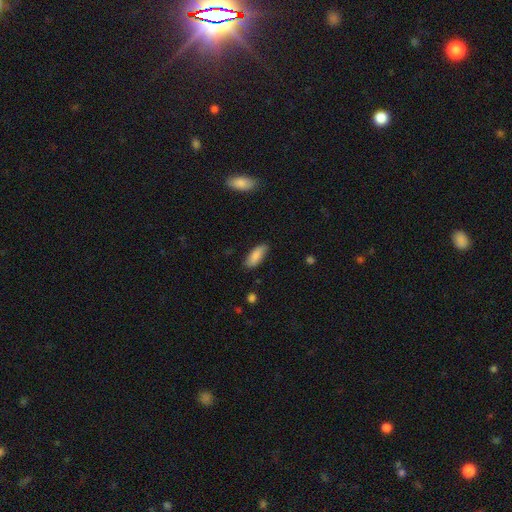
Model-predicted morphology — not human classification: The model was most divided on "how rounded": in between: 77%, cigar-shaped: 21%, round: 2%. More confident: smooth or featured — smooth (86%); merging — none (82%).